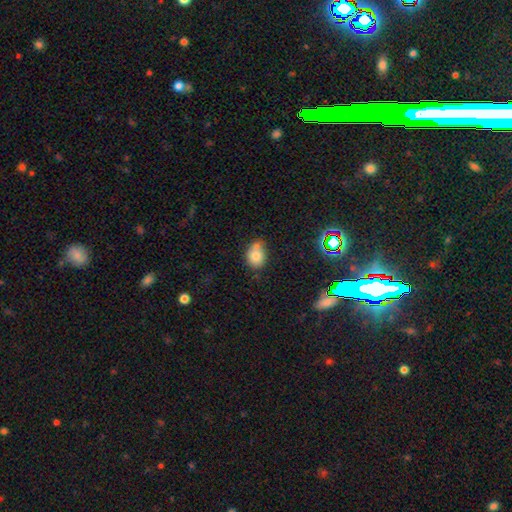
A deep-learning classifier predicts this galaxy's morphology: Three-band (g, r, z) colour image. It shows a smooth galaxy with no disk features (75%) that is round (55%). Merging: none (44%).